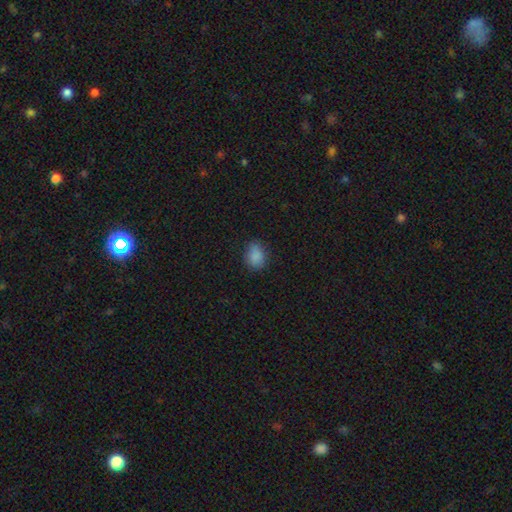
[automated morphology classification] Smooth or featured? smooth (86%)
How rounded? in between (63%)
Merging? none (76%)